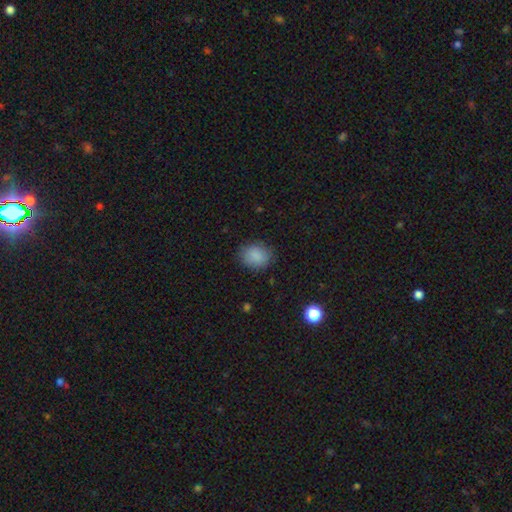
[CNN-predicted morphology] Q: Smooth or featured?
A: smooth (86%); runner-up: star or artifact (9%)
Q: How rounded?
A: round (50%); runner-up: in between (49%)
Q: Merging?
A: none (81%); runner-up: minor disturbance (14%)